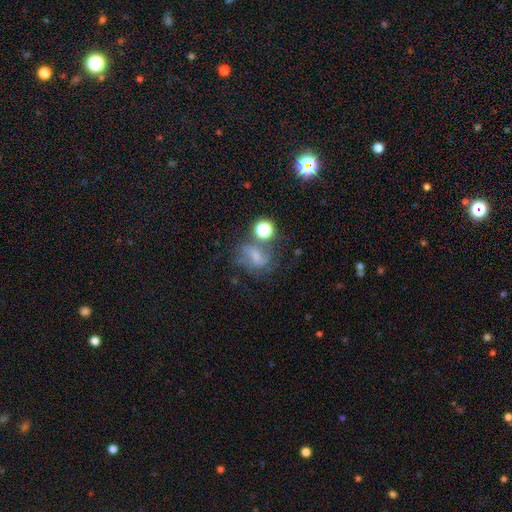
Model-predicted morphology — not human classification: type=featured or disk (47%); merging=none (44%).